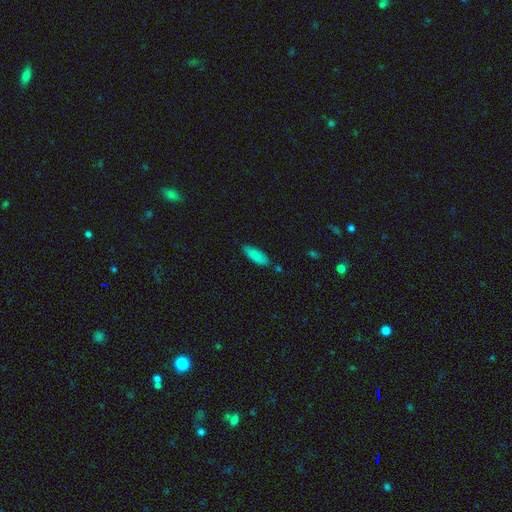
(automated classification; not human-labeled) A smooth galaxy with no disk features (85%) that is in between round and cigar-shaped (65%). Merging: none (78%).